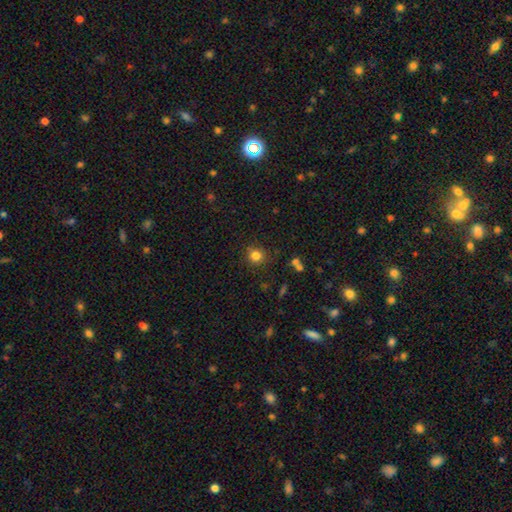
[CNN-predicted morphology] smooth 82%, star or artifact 13%, featured or disk 5%. Down the decision tree: how rounded — round (89%); merging — none (84%).